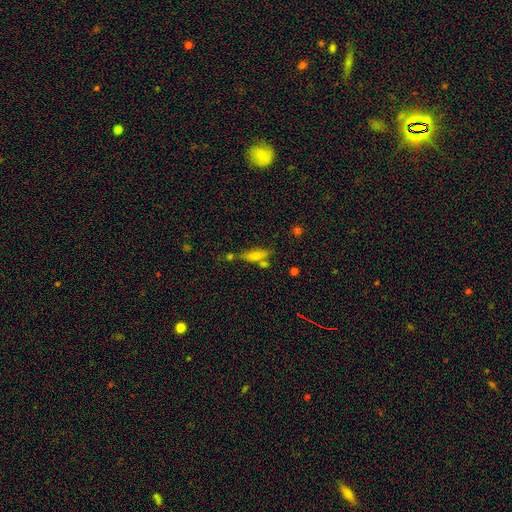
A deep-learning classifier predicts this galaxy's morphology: Smooth or featured? Predicted: smooth (p=0.66). How rounded? Predicted: cigar-shaped (p=0.52). Merging? Predicted: none (p=0.54).